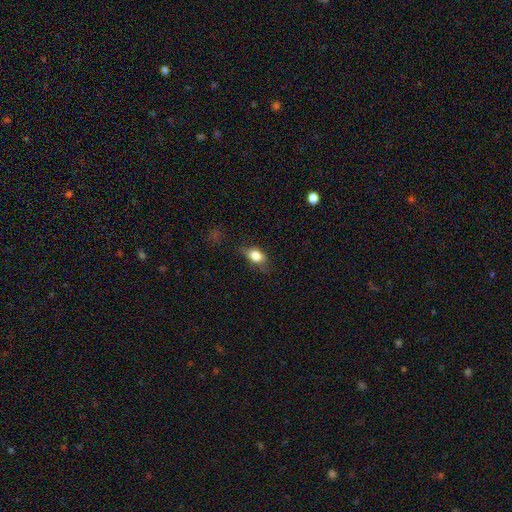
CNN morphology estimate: Overall: smooth (78%). How rounded: in between (72%). Merging: none (55%; minor disturbance 30%).